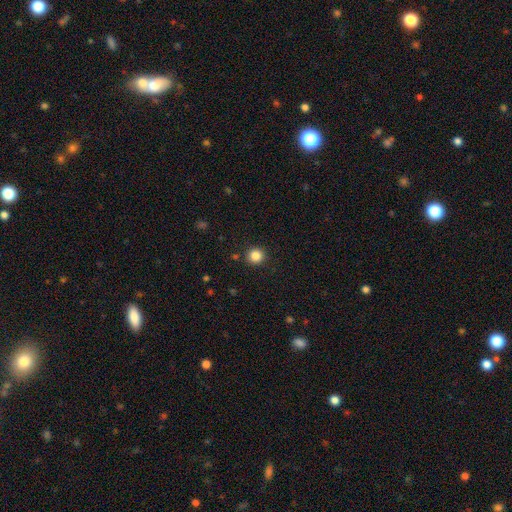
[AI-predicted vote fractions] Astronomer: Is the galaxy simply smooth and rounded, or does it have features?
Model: smooth — 85%.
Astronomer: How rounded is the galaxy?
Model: round — 93%.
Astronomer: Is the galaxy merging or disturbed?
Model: none — 91%.